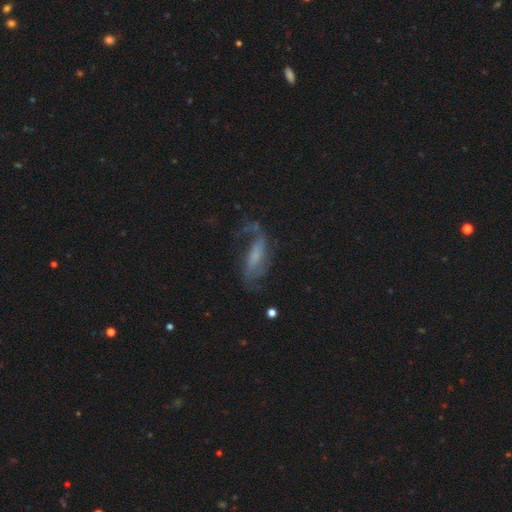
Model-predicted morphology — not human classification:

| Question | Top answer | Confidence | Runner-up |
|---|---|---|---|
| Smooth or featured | featured or disk | 68% | smooth (22%) |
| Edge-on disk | no | 86% | yes (14%) |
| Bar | weak | 35% | no (34%) |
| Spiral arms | yes | 86% | no (14%) |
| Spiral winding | loose | 56% | medium (31%) |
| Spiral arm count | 2 | 77% | can't tell (10%) |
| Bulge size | none | 39% | small (30%) |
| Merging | none | 49% | major disturbance (27%) |